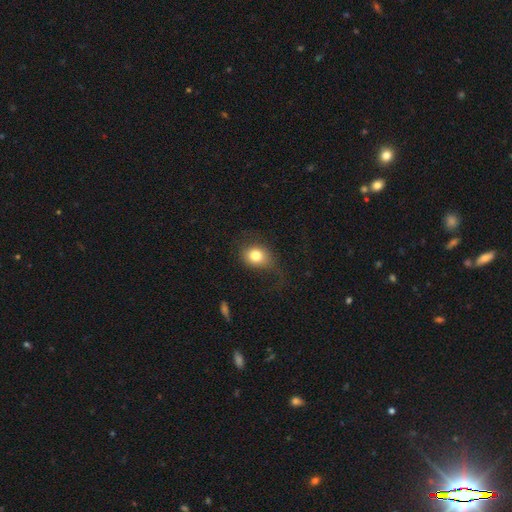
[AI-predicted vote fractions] A smooth galaxy with no disk features (77%) that is round (58%). Merging: none (56%).